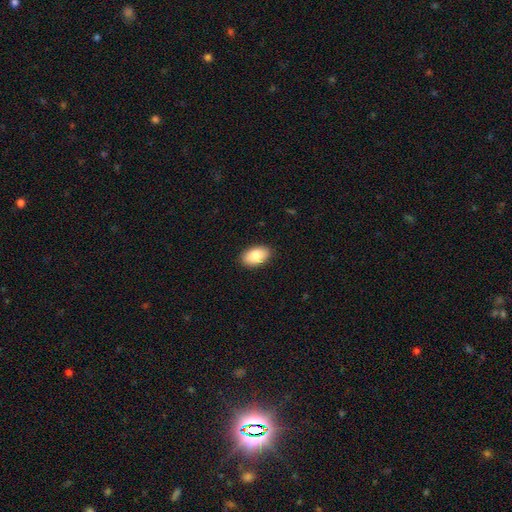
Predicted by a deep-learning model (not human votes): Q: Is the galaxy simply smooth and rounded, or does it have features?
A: smooth — 84%.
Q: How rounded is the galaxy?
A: in between — 92%.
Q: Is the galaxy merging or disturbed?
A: none — 89%.